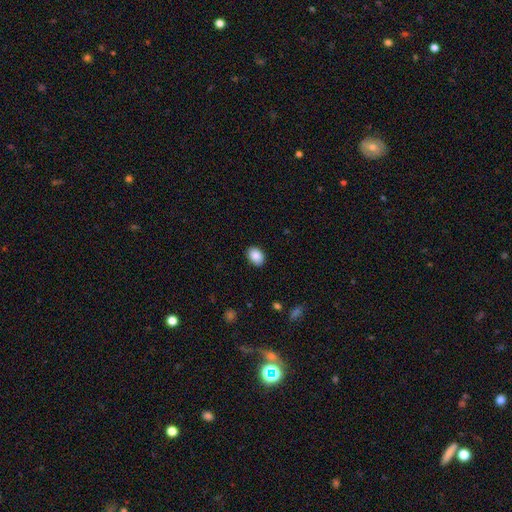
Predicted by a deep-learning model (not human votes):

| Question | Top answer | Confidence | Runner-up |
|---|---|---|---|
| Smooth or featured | smooth | 88% | star or artifact (8%) |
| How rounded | in between | 72% | round (27%) |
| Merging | none | 88% | minor disturbance (9%) |